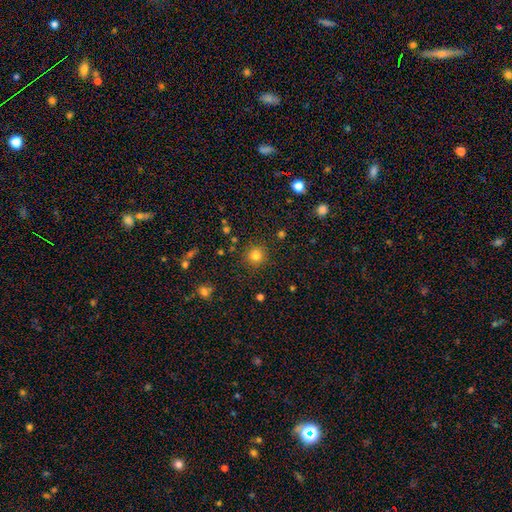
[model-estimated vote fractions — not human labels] The model was most divided on "smooth or featured": smooth: 80%, star or artifact: 14%, featured or disk: 6%. More confident: how rounded — round (93%); merging — none (88%).